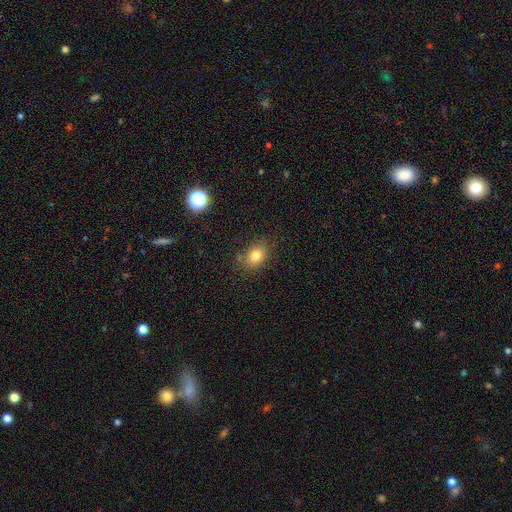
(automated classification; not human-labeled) A smooth galaxy with no disk features (79%) that is in between round and cigar-shaped (66%). Merging: none (79%).